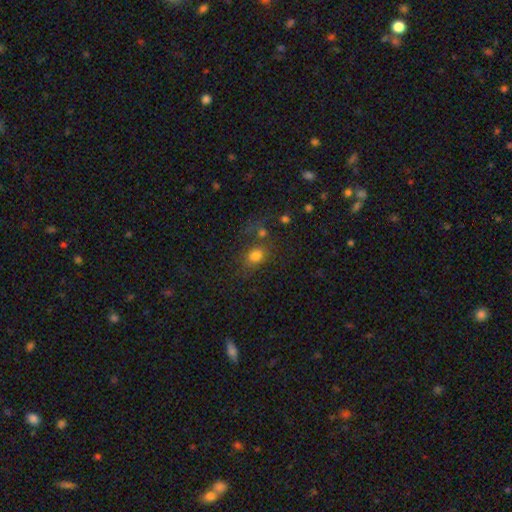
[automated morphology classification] Smooth or featured? Predicted: smooth (p=0.73). How rounded? Predicted: round (p=0.55). Merging? Predicted: none (p=0.55).